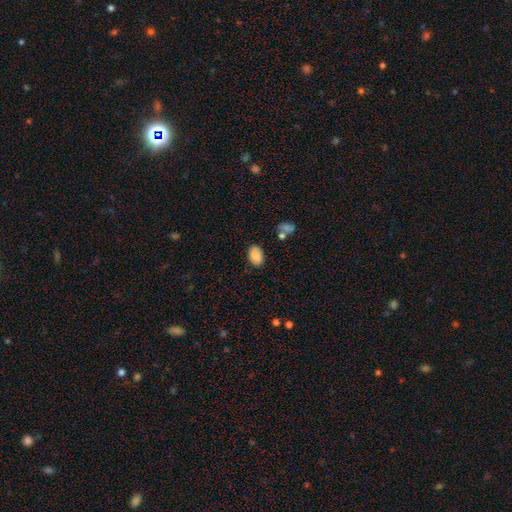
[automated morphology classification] Smooth or featured? Predicted: smooth (p=0.81). How rounded? Predicted: in between (p=0.83). Merging? Predicted: none (p=0.77).